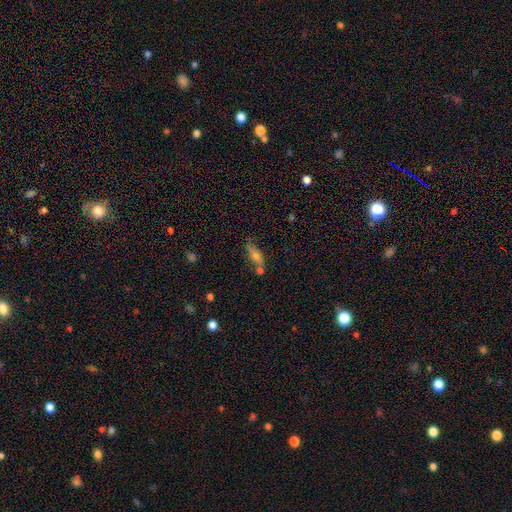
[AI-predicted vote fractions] This appears to be a smooth galaxy with no disk features (50%) that is in between round and cigar-shaped (59%). Merging: none (56%).